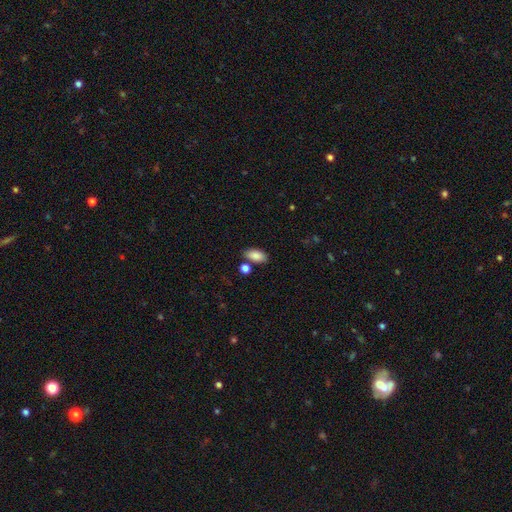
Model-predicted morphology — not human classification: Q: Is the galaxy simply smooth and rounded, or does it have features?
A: smooth — 87%.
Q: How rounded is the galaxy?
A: in between — 92%.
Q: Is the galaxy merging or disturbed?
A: none — 75%.